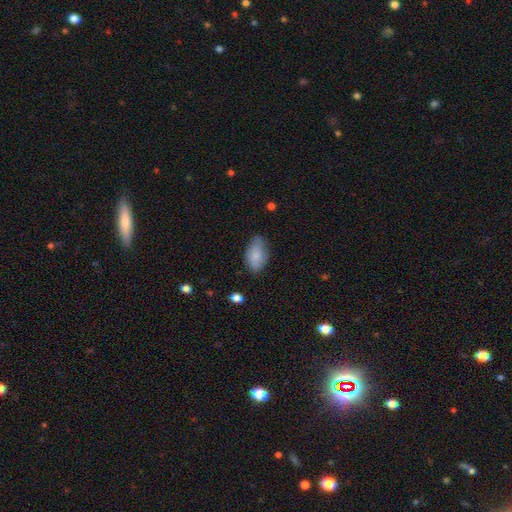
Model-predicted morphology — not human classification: smooth_or_featured: smooth (p=0.78) [alt: featured or disk p=0.15]
how_rounded: in between (p=0.92) [alt: round p=0.05]
merging: none (p=0.68) [alt: minor disturbance p=0.25]